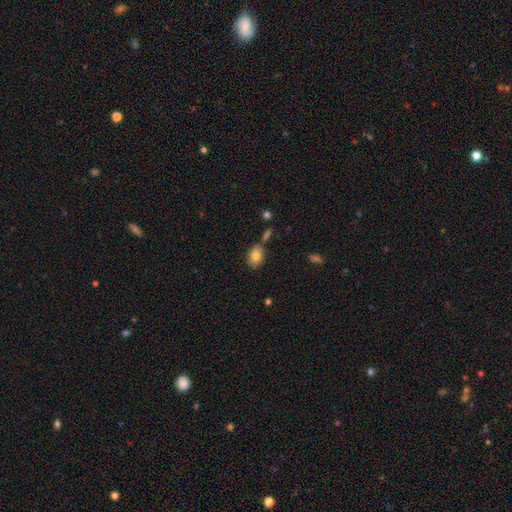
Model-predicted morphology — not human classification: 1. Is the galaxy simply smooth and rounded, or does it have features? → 81% smooth, 10% featured or disk, 9% star or artifact.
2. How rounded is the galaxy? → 76% in between, 22% round, 1% cigar-shaped.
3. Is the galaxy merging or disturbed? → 68% none, 16% minor disturbance, 11% merger, 4% major disturbance.